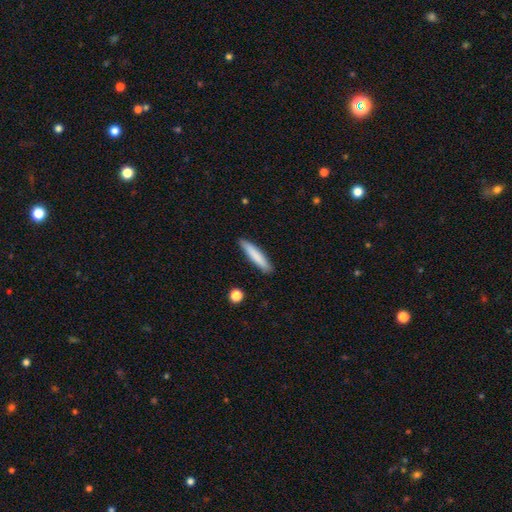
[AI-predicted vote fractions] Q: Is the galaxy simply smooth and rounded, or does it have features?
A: smooth — 81%.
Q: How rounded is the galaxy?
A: cigar-shaped — 89%.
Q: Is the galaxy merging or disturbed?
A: none — 88%.